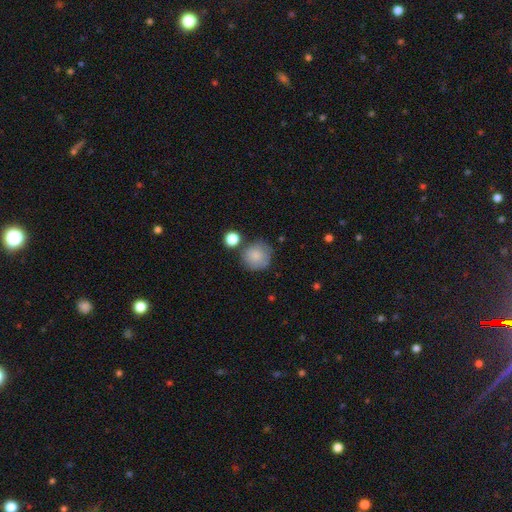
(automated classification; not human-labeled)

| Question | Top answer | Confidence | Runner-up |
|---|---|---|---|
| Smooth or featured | smooth | 83% | featured or disk (9%) |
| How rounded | round | 92% | in between (7%) |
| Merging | none | 68% | minor disturbance (17%) |